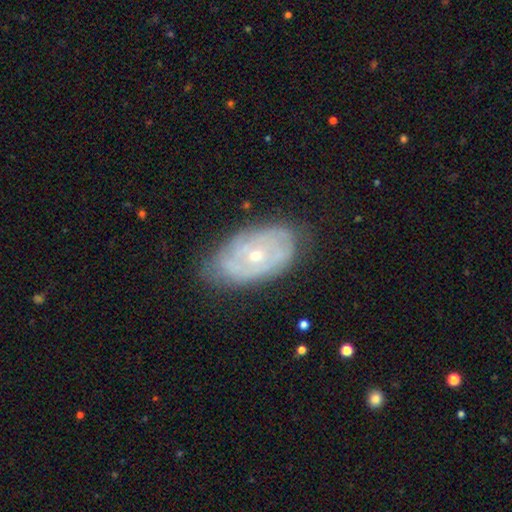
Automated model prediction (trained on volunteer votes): The model was most divided on "bulge size": small: 56%, moderate: 41%, large: 1%, none: 1%, dominant: 1%. More confident: edge-on disk — no (93%); bar — no (82%); smooth or featured — featured or disk (73%); merging — none (69%); spiral arms — yes (68%).